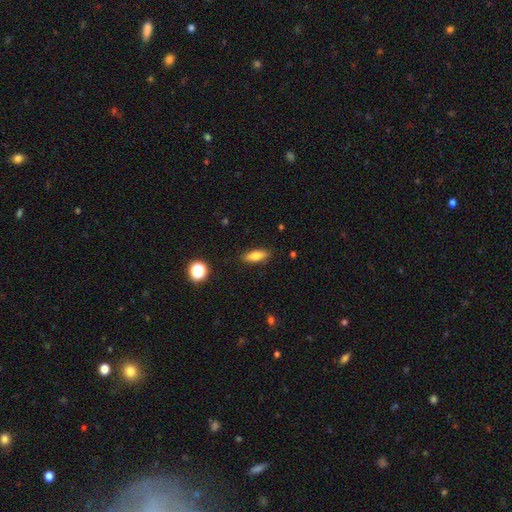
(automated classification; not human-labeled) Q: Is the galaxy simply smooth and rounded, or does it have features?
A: smooth — 76%.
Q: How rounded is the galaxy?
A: in between — 65%.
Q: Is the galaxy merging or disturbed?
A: none — 86%.